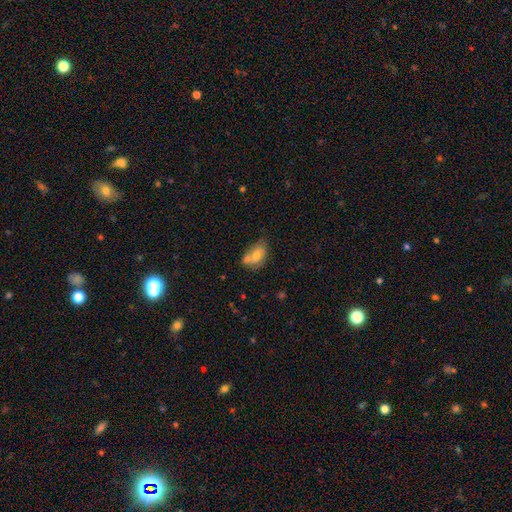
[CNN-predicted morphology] Overall: smooth (68%). How rounded: in between (85%). Merging: none (38%; merger 36%).